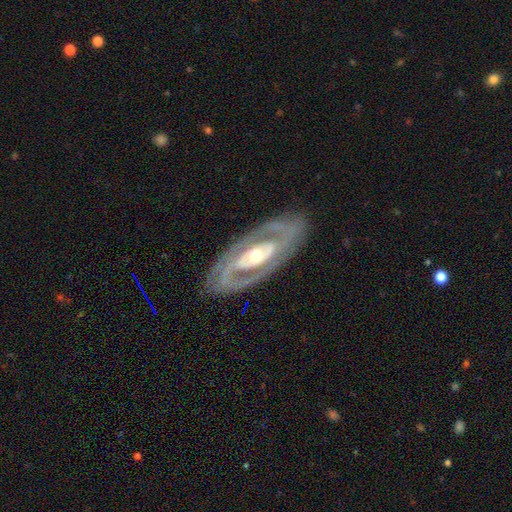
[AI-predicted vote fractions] A featured or disk galaxy (88%) with no bar (54%), 2 (80%) tight (53%) spiral arms (81%) and a moderate central bulge (67%). Merging: none (84%).